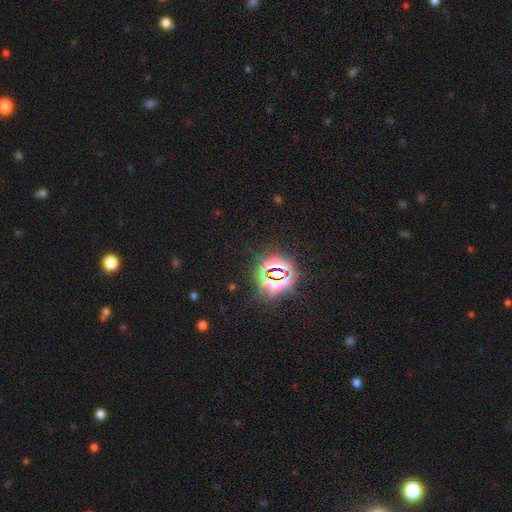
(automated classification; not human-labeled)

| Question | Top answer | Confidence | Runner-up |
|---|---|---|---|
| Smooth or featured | star or artifact | 79% | smooth (14%) |